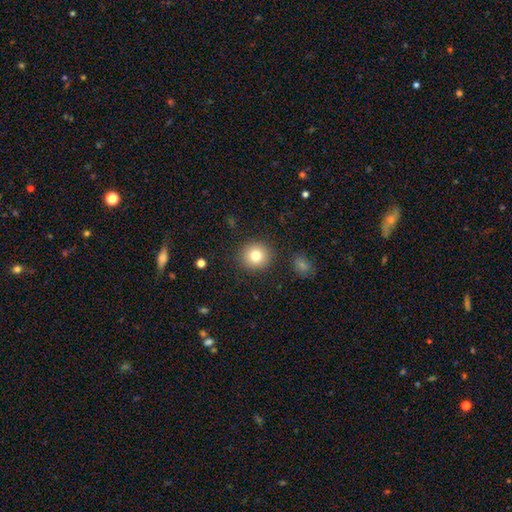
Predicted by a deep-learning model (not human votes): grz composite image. It shows a smooth galaxy with no disk features (80%) that is round (92%). Merging: none (90%).